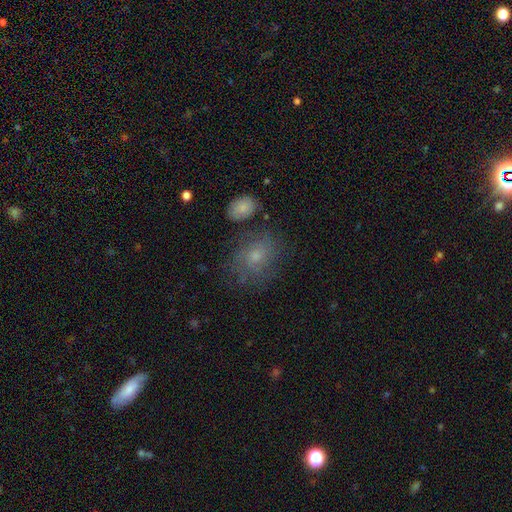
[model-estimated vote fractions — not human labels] This appears to be a smooth galaxy with no disk features (46%). Merging: none (65%).